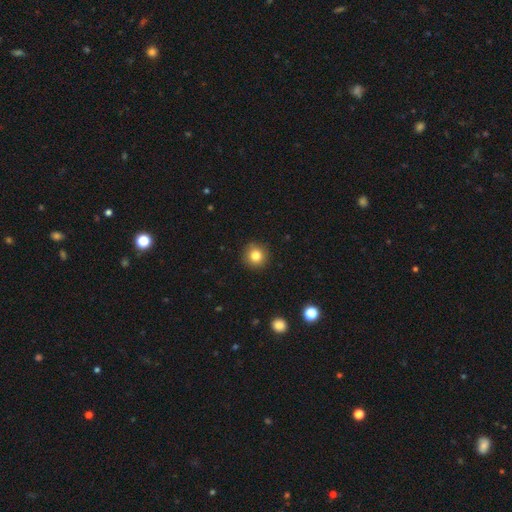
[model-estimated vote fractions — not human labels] smooth 82%, star or artifact 11%, featured or disk 7%. Down the decision tree: how rounded — round (93%); merging — none (91%).